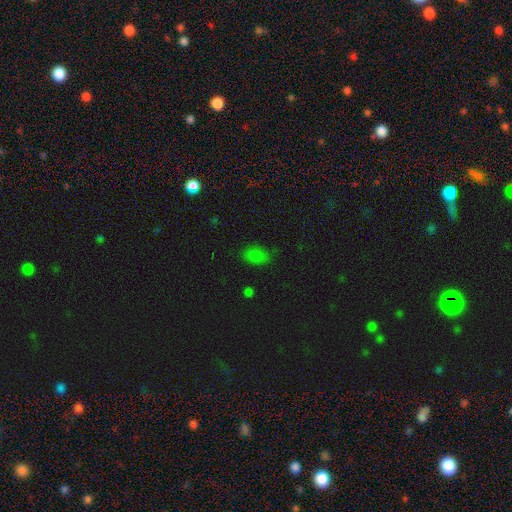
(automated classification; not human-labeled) Smooth or featured?
  - smooth: 77% *
  - star or artifact: 18%
  - featured or disk: 5%
How rounded?
  - in between: 87% *
  - round: 10%
  - cigar-shaped: 2%
Merging?
  - none: 73% *
  - minor disturbance: 20%
  - major disturbance: 5%
  - merger: 2%